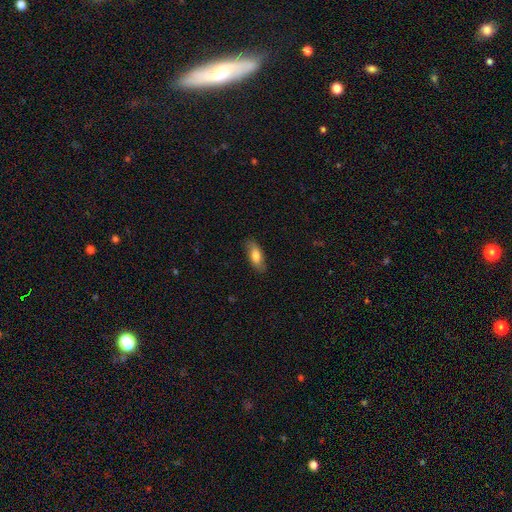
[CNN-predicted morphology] smooth_or_featured: smooth (p=0.75) [alt: featured or disk p=0.19]
how_rounded: in between (p=0.77) [alt: cigar-shaped p=0.21]
merging: none (p=0.83) [alt: minor disturbance p=0.13]